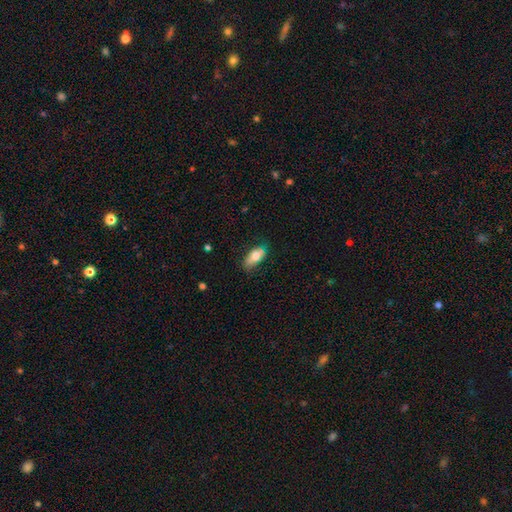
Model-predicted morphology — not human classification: smooth_or_featured: smooth (p=0.72) [alt: featured or disk p=0.21]
how_rounded: in between (p=0.86) [alt: cigar-shaped p=0.10]
merging: none (p=0.60) [alt: minor disturbance p=0.29]